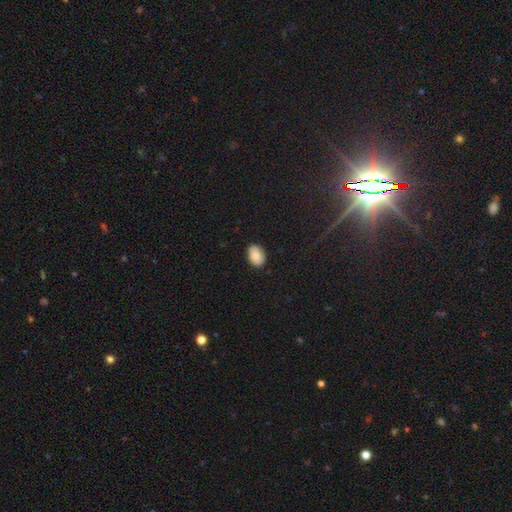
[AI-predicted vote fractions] smooth-or-featured: smooth: 86% | star or artifact: 7% | featured or disk: 7%
  how-rounded: in between: 84% | round: 15% | cigar-shaped: 1%
  merging: none: 87% | minor disturbance: 10% | major disturbance: 2% | merger: 1%